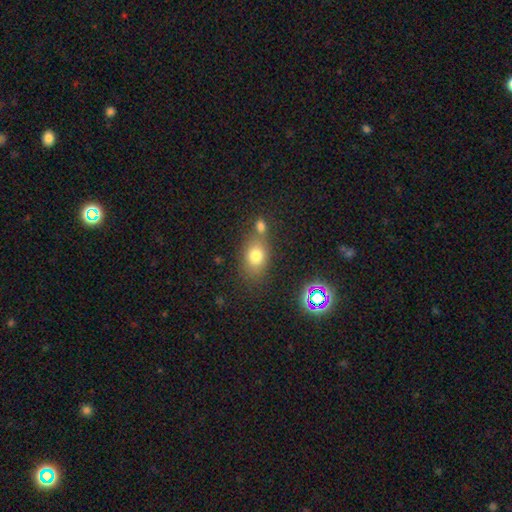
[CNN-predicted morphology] A smooth galaxy with no disk features (75%) that is in between round and cigar-shaped (68%).

Vote fractions:
- Smooth or featured? smooth: 75% / star or artifact: 14% / featured or disk: 12%
- How rounded? in between: 68% / round: 30% / cigar-shaped: 2%
- Merging? none: 59% / merger: 23% / minor disturbance: 14% / major disturbance: 5%